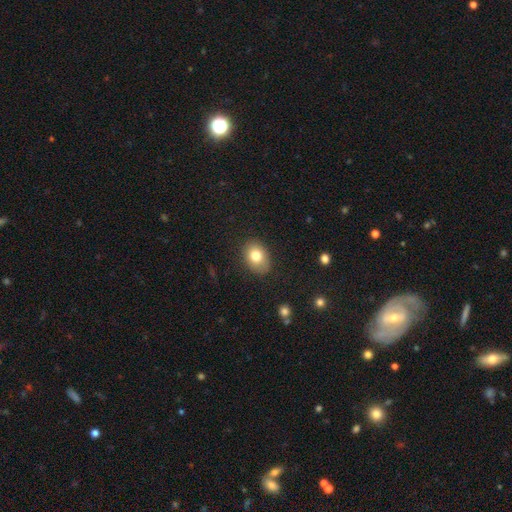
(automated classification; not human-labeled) Overall: smooth (78%). How rounded: in between (70%). Merging: none (83%).